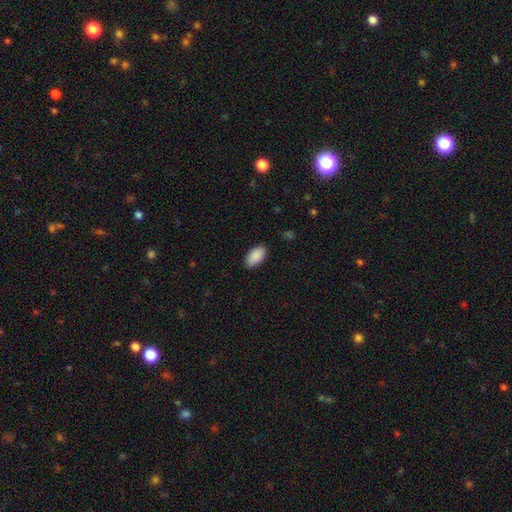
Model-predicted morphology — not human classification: Smooth or featured?
  - smooth: 90% *
  - star or artifact: 6%
  - featured or disk: 3%
How rounded?
  - in between: 95% *
  - round: 3%
  - cigar-shaped: 2%
Merging?
  - none: 86% *
  - minor disturbance: 11%
  - major disturbance: 2%
  - merger: 1%